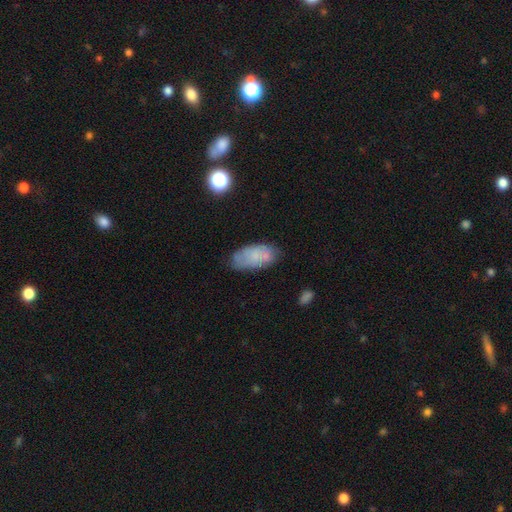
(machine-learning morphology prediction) Smooth or featured?
  - smooth: 63% *
  - featured or disk: 28%
  - star or artifact: 9%
How rounded?
  - in between: 92% *
  - cigar-shaped: 5%
  - round: 4%
Merging?
  - none: 61% *
  - minor disturbance: 25%
  - major disturbance: 7%
  - merger: 7%